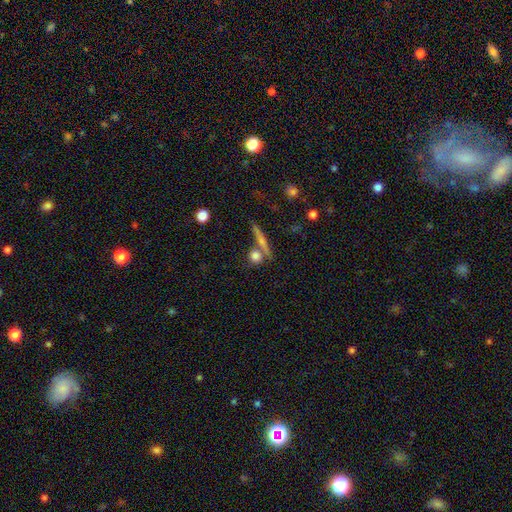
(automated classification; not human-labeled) A smooth galaxy with no disk features (74%) that is round (72%). Merging: none (64%).